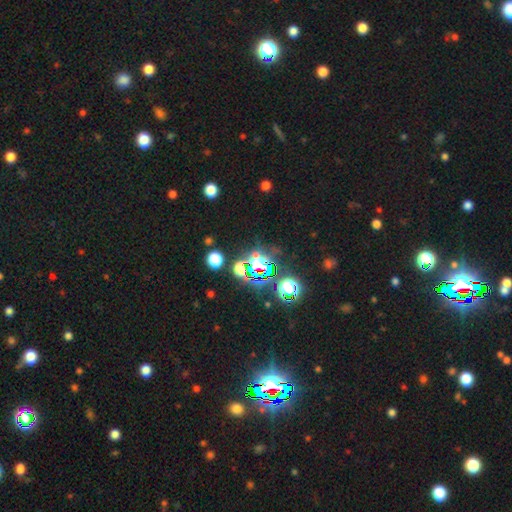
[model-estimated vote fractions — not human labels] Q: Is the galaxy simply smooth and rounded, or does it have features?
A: star or artifact — 75%.